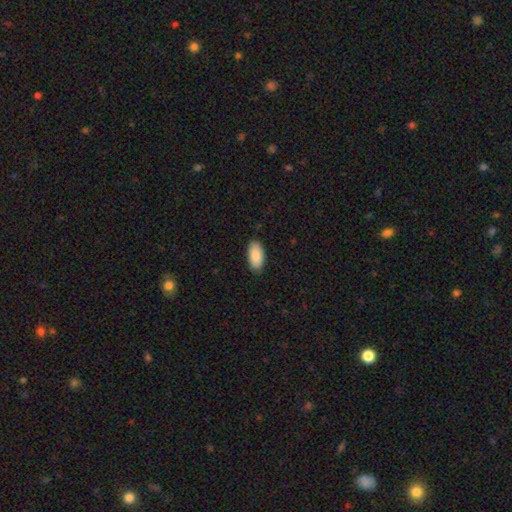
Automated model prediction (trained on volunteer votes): This is clearly a smooth galaxy (89%). How rounded: clearly in between (94%). Merging: clearly none (88%).